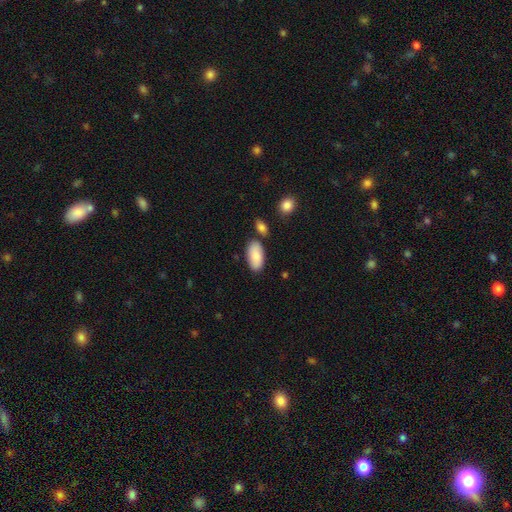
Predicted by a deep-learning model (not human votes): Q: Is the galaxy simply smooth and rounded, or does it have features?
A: smooth — 85%.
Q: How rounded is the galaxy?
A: in between — 95%.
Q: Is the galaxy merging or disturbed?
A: none — 77%.